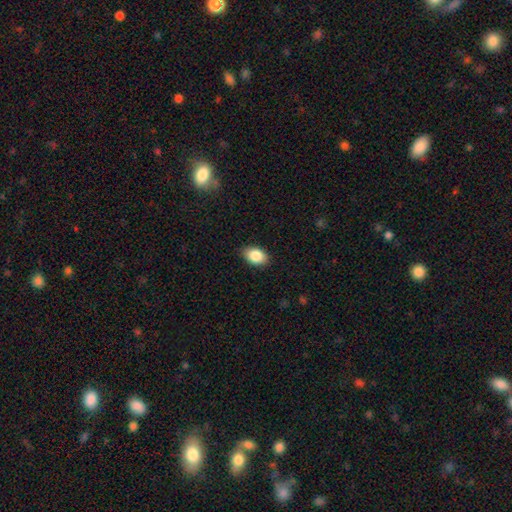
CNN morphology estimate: Q: Smooth or featured?
A: smooth (87%); runner-up: star or artifact (8%)
Q: How rounded?
A: in between (87%); runner-up: round (12%)
Q: Merging?
A: none (86%); runner-up: minor disturbance (11%)